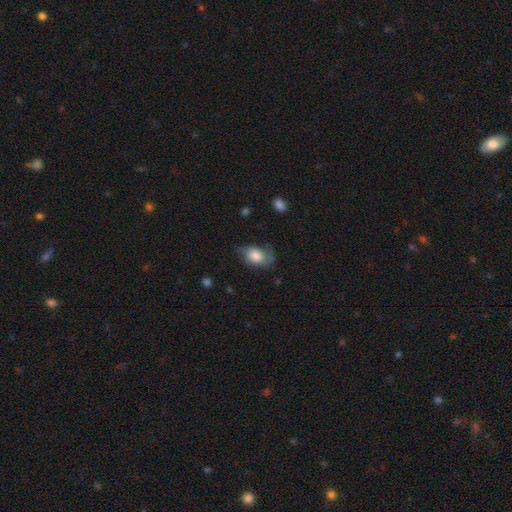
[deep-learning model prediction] Smooth or featured? smooth (59%)
How rounded? in between (76%)
Merging? none (47%)